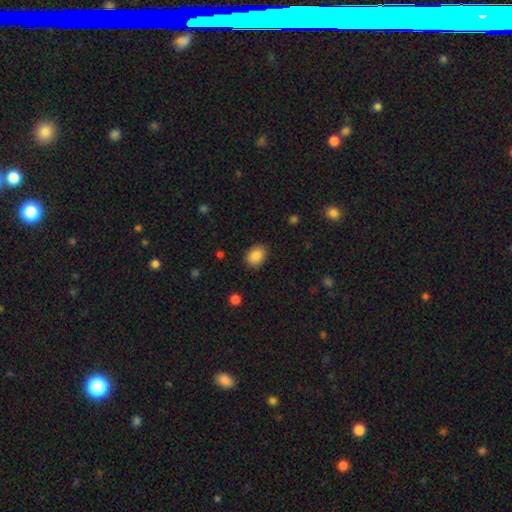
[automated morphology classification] smooth_or_featured: smooth (p=0.87) [alt: star or artifact p=0.08]
how_rounded: in between (p=0.66) [alt: round p=0.33]
merging: none (p=0.87) [alt: minor disturbance p=0.09]